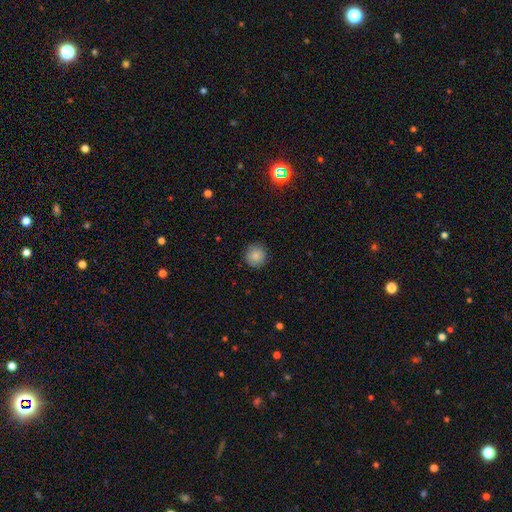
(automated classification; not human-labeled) Smooth or featured? Predicted: smooth (p=0.87). How rounded? Predicted: round (p=0.95). Merging? Predicted: none (p=0.91).